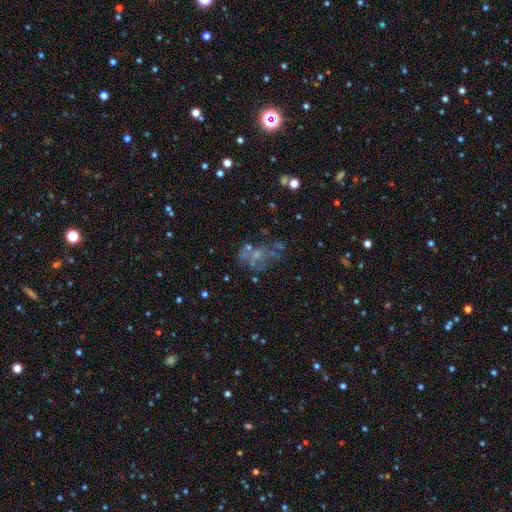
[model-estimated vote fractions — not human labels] smooth-or-featured: featured or disk: 51% | smooth: 28% | star or artifact: 21%
  disk-edge-on: no: 97% | yes: 3%
  merging: none: 41% | major disturbance: 26% | minor disturbance: 18% | merger: 15%